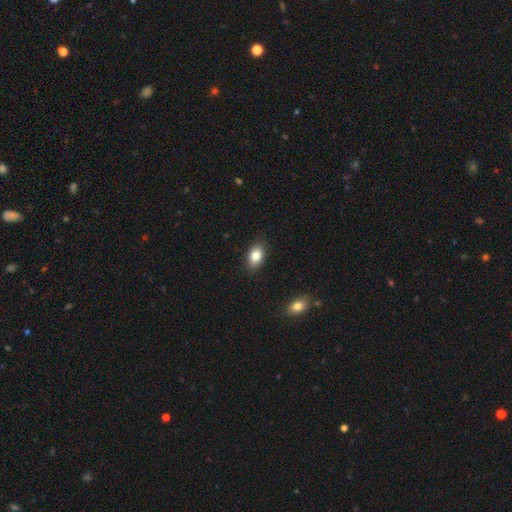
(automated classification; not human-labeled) The model was most divided on "smooth or featured": smooth: 82%, featured or disk: 10%, star or artifact: 8%. More confident: how rounded — in between (87%); merging — none (87%).